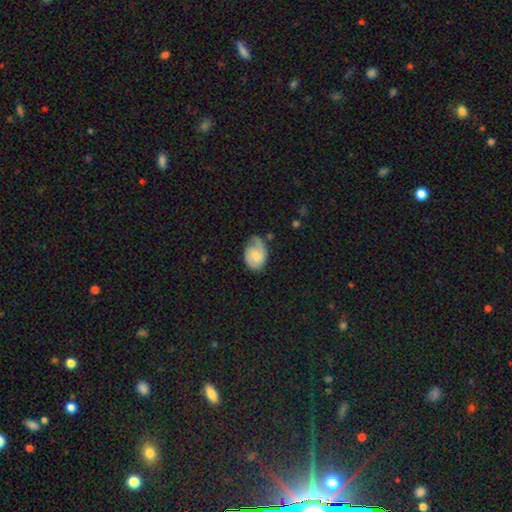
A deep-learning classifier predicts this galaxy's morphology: Smooth or featured?
  - featured or disk: 47% *
  - smooth: 46%
  - star or artifact: 7%
Merging?
  - none: 47% *
  - minor disturbance: 35%
  - major disturbance: 15%
  - merger: 3%